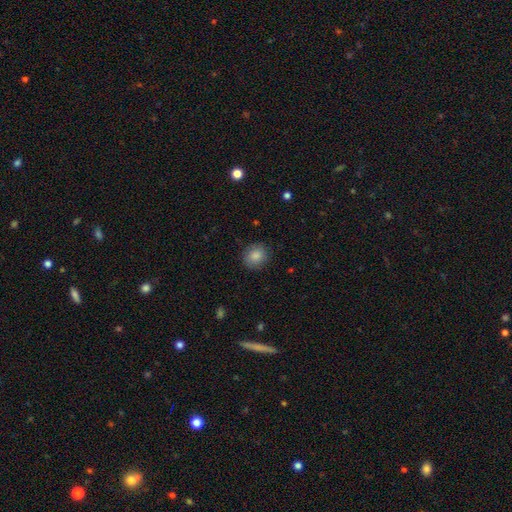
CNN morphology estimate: Smooth or featured? smooth (85%)
How rounded? round (71%)
Merging? none (85%)